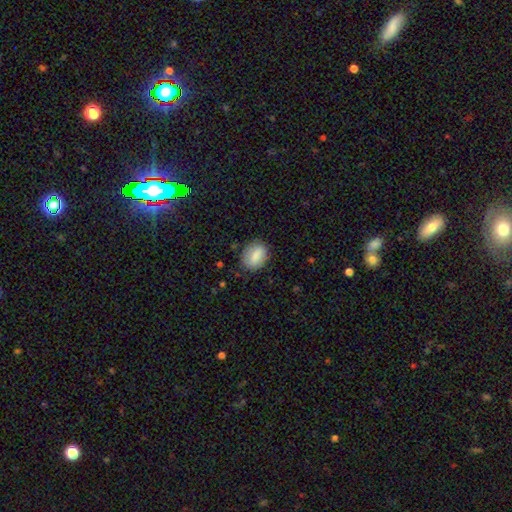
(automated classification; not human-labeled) Morphology: type=smooth (82%); roundness=in between (74%); merging=none (81%).